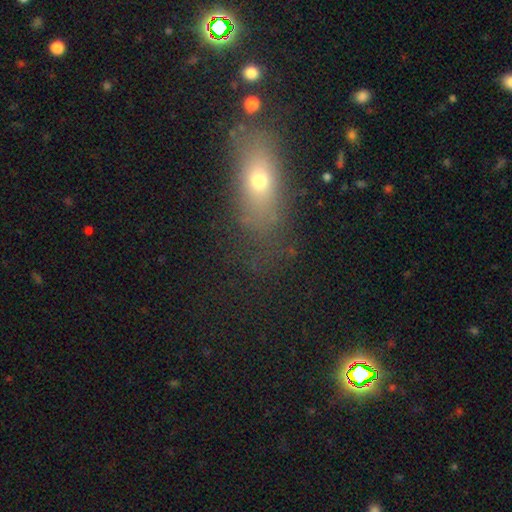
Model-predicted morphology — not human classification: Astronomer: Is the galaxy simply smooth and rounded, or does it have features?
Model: smooth — 57%.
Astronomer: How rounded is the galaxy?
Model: in between — 65%.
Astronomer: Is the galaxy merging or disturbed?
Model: none — 67%.